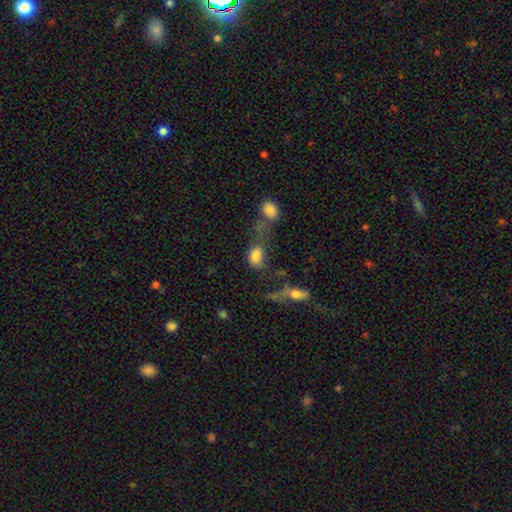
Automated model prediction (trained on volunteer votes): A smooth galaxy with no disk features (78%) that is in between round and cigar-shaped (79%).

Vote fractions:
- Smooth or featured? smooth: 78% / featured or disk: 12% / star or artifact: 11%
- How rounded? in between: 79% / round: 18% / cigar-shaped: 3%
- Merging? merger: 39% / none: 27% / major disturbance: 19% / minor disturbance: 15%